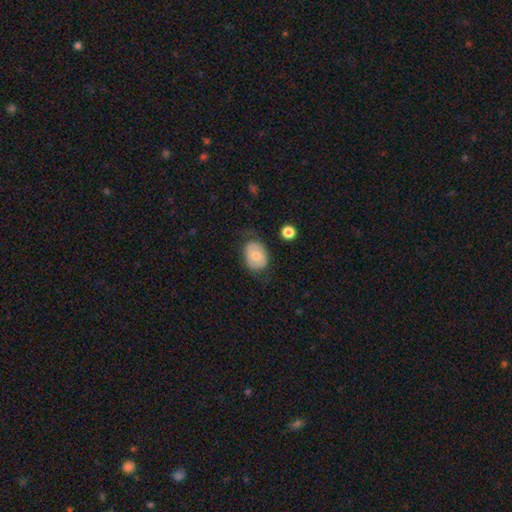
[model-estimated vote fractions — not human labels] Morphology: type=smooth (63%); roundness=in between (65%); merging=none (62%).